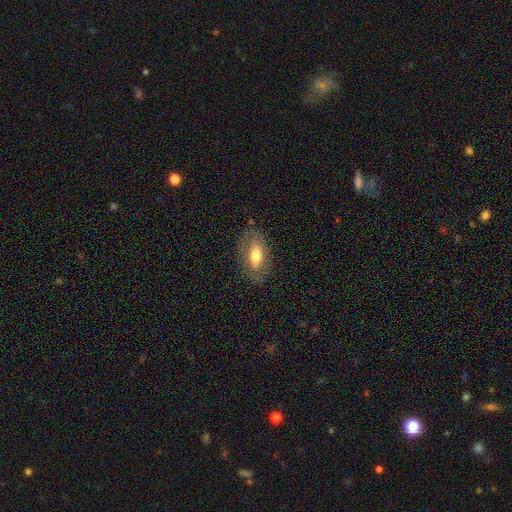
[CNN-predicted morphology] A smooth galaxy with no disk features (58%) that is in between round and cigar-shaped (89%). Merging: none (79%).